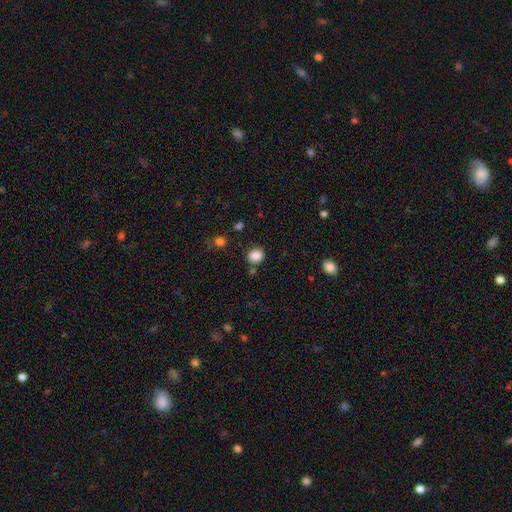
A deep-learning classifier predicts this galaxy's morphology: smooth_or_featured: smooth (p=0.86) [alt: star or artifact p=0.10]
how_rounded: round (p=0.62) [alt: in between p=0.37]
merging: none (p=0.77) [alt: minor disturbance p=0.13]